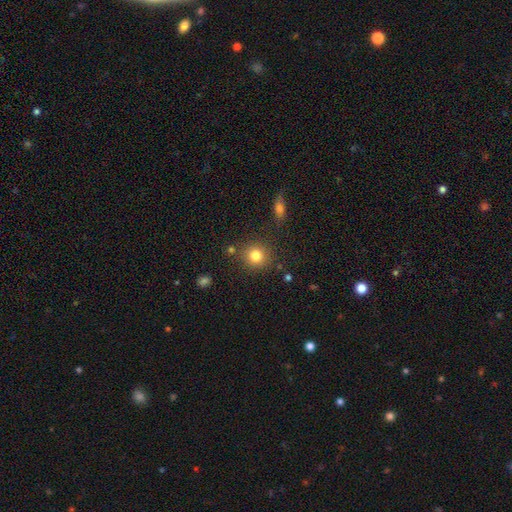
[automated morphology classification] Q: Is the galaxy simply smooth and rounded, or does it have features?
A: smooth — 82%.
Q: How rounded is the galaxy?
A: round — 89%.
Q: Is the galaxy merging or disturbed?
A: none — 83%.